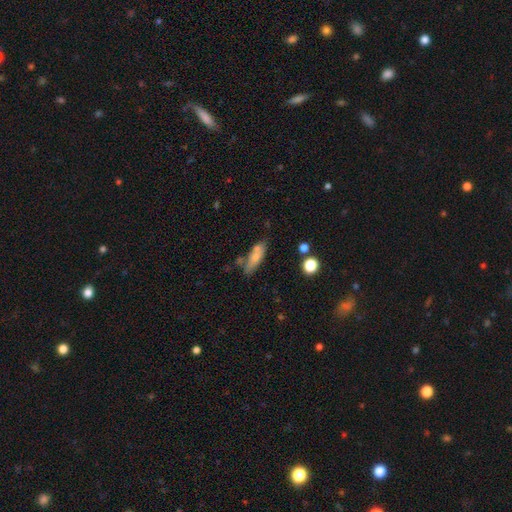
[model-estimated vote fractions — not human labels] Smooth or featured?
  - smooth: 69% *
  - featured or disk: 23%
  - star or artifact: 8%
How rounded?
  - in between: 49% *
  - cigar-shaped: 48%
  - round: 3%
Merging?
  - none: 62% *
  - minor disturbance: 18%
  - merger: 14%
  - major disturbance: 5%